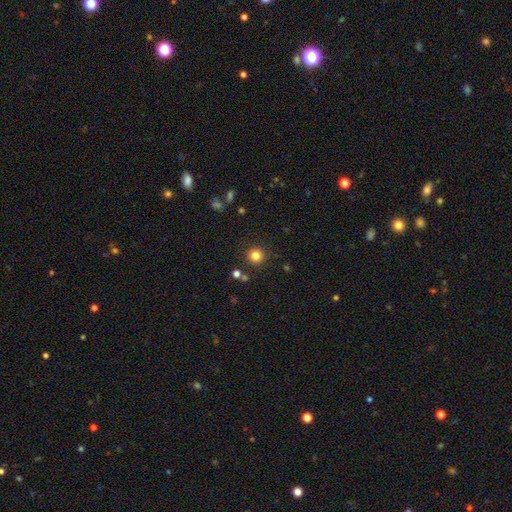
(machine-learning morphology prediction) type=smooth (82%); roundness=round (94%); merging=none (88%).